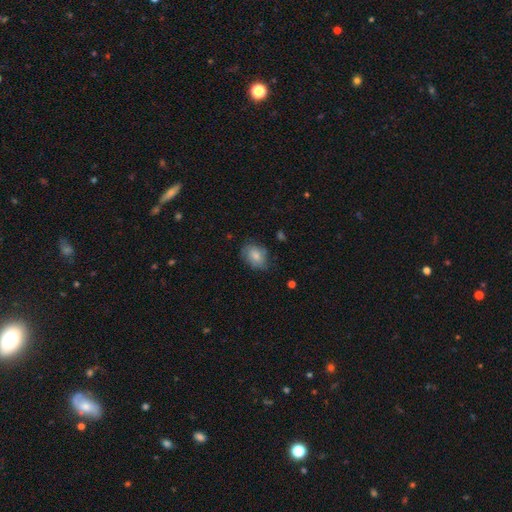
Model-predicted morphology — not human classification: Q: Smooth or featured?
A: smooth (75%); runner-up: featured or disk (17%)
Q: How rounded?
A: in between (73%); runner-up: round (26%)
Q: Merging?
A: none (66%); runner-up: minor disturbance (26%)